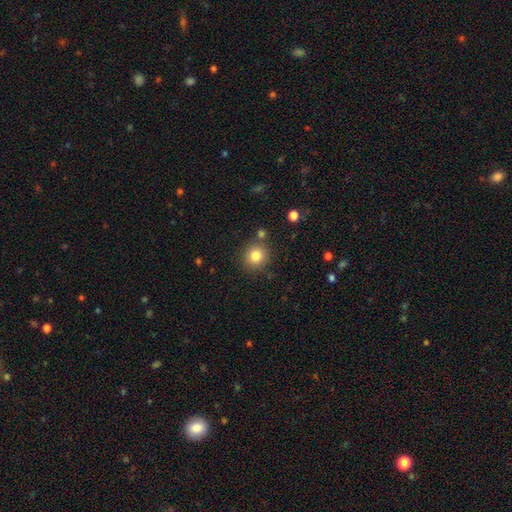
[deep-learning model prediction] Smooth or featured? Predicted: smooth (p=0.82). How rounded? Predicted: round (p=0.87). Merging? Predicted: none (p=0.82).